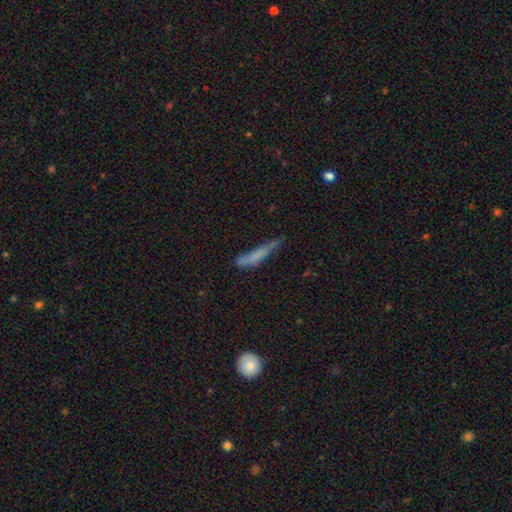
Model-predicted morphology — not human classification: type=smooth (67%); roundness=cigar-shaped (89%); merging=none (46%).